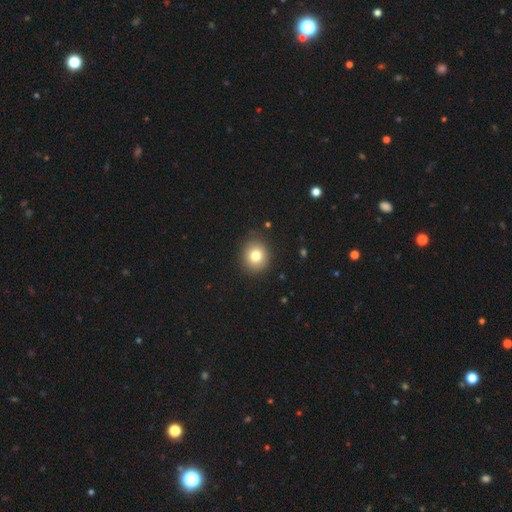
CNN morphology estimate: Overall: smooth (79%). How rounded: round (80%). Merging: none (89%).